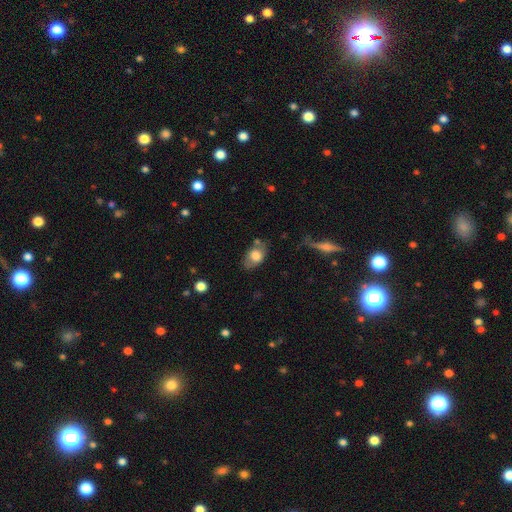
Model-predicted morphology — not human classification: Smooth or featured? Predicted: smooth (p=0.72). How rounded? Predicted: in between (p=0.84). Merging? Predicted: none (p=0.66).